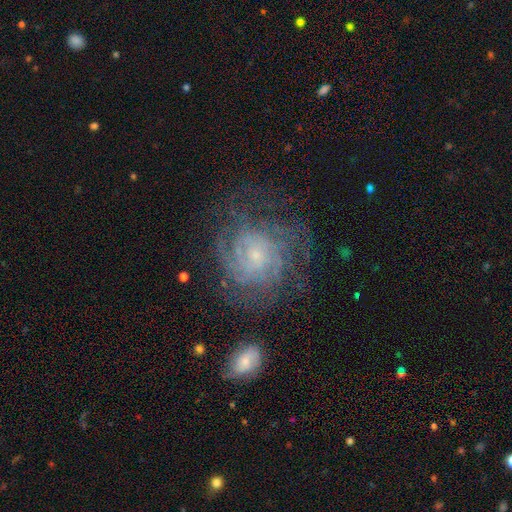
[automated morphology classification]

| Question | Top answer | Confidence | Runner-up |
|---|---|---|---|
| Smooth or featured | featured or disk | 79% | smooth (12%) |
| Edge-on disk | no | 97% | yes (3%) |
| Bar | no | 72% | weak (23%) |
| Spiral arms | yes | 92% | no (8%) |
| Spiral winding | tight | 70% | medium (23%) |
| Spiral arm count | can't tell | 46% | 4 (16%) |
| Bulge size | small | 75% | moderate (17%) |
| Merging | none | 66% | minor disturbance (17%) |